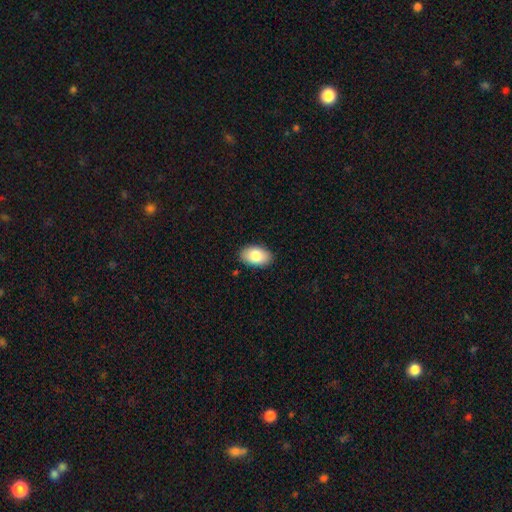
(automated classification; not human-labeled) A smooth galaxy with no disk features (83%) that is in between round and cigar-shaped (91%).

Vote fractions:
- Smooth or featured? smooth: 83% / featured or disk: 10% / star or artifact: 7%
- How rounded? in between: 91% / round: 8% / cigar-shaped: 1%
- Merging? none: 88% / minor disturbance: 9% / major disturbance: 2% / merger: 1%